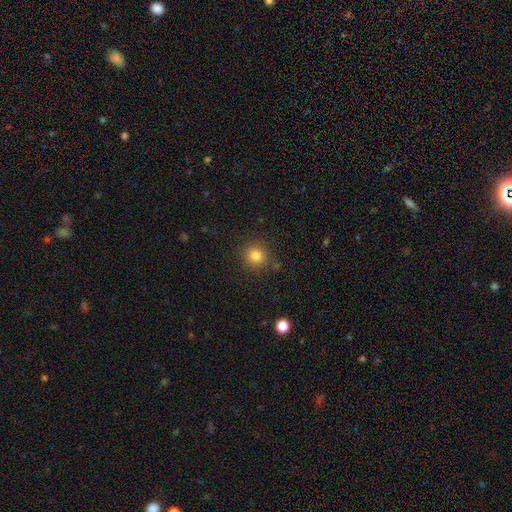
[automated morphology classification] A smooth galaxy with no disk features (82%) that is round (92%).

Vote fractions:
- Smooth or featured? smooth: 82% / star or artifact: 12% / featured or disk: 6%
- How rounded? round: 92% / in between: 7% / cigar-shaped: 1%
- Merging? none: 87% / minor disturbance: 8% / major disturbance: 3% / merger: 2%